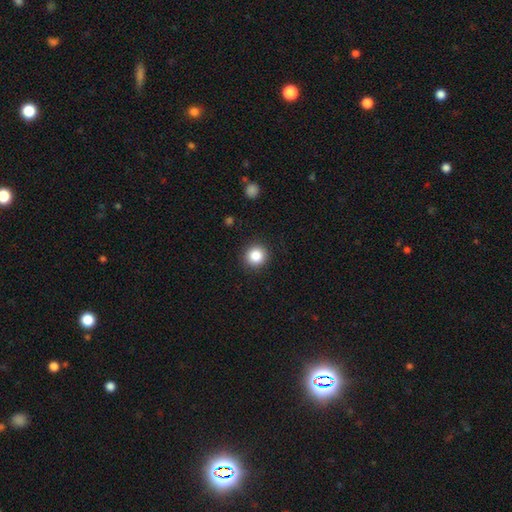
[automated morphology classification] Q: Smooth or featured?
A: smooth (85%); runner-up: star or artifact (10%)
Q: How rounded?
A: round (93%); runner-up: in between (6%)
Q: Merging?
A: none (91%); runner-up: minor disturbance (6%)